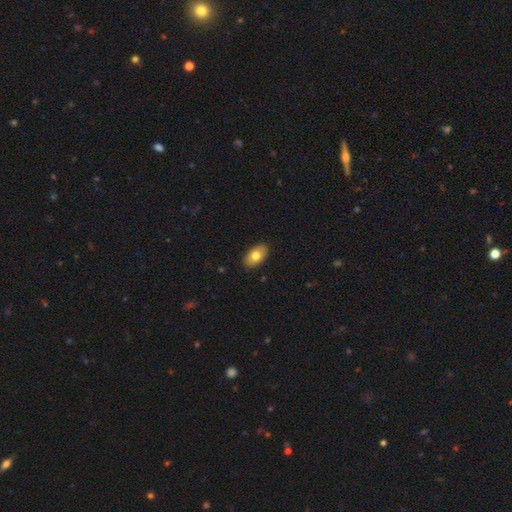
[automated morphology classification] This appears to be a smooth galaxy with no disk features (75%) that is in between round and cigar-shaped (93%). Merging: none (89%).